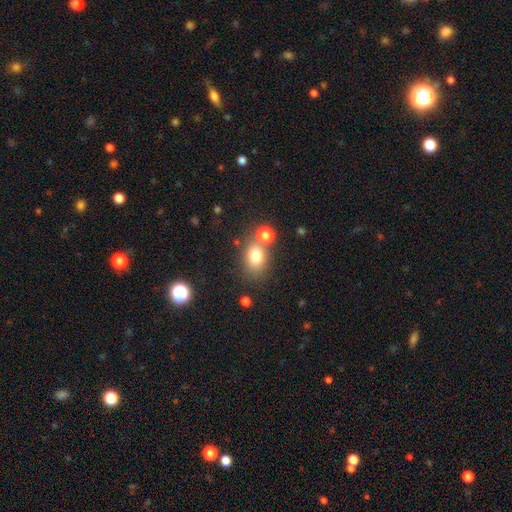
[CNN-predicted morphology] smooth-or-featured: smooth: 77% | star or artifact: 13% | featured or disk: 10%
  how-rounded: in between: 61% | round: 38% | cigar-shaped: 1%
  merging: none: 64% | merger: 18% | minor disturbance: 13% | major disturbance: 5%